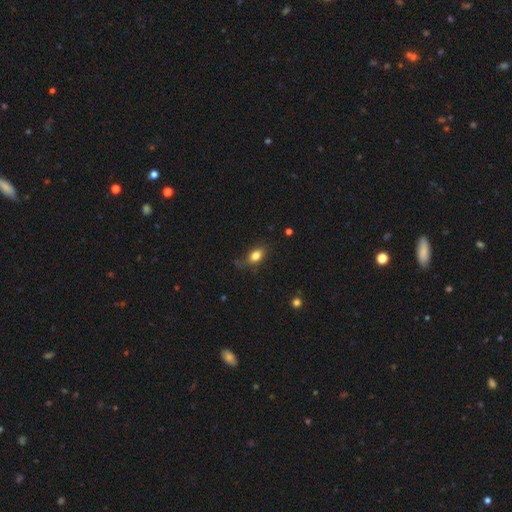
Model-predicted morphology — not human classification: The model was most divided on "merging": none: 70%, minor disturbance: 22%, major disturbance: 6%, merger: 2%. More confident: smooth or featured — smooth (82%); how rounded — in between (81%).